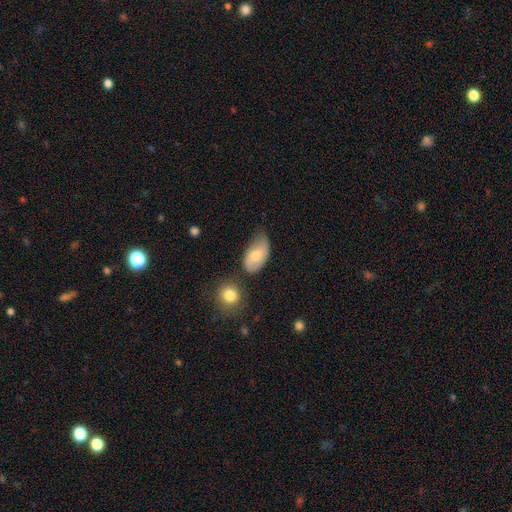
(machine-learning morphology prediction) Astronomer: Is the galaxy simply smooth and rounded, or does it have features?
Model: smooth — 68%.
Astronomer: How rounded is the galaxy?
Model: in between — 92%.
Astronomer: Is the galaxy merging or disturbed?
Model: none — 45% (runner-up: minor disturbance, 37%).